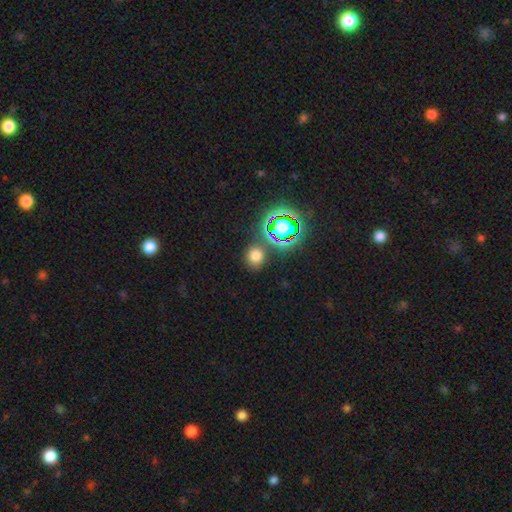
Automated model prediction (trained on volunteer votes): A smooth galaxy with no disk features (67%) that is round (80%).

Vote fractions:
- Smooth or featured? smooth: 67% / star or artifact: 26% / featured or disk: 7%
- How rounded? round: 80% / in between: 19% / cigar-shaped: 1%
- Merging? none: 81% / minor disturbance: 10% / merger: 6% / major disturbance: 3%